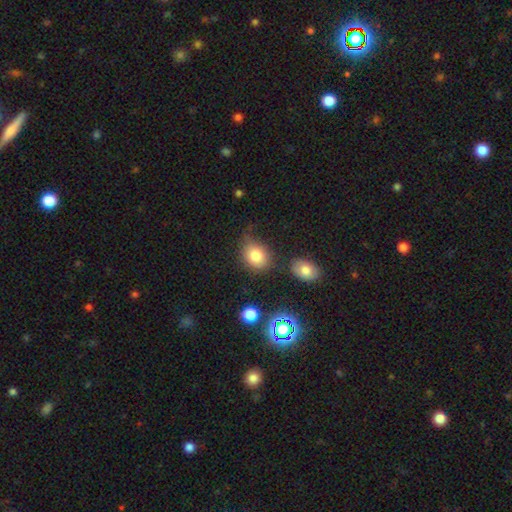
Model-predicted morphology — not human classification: type=smooth (82%); roundness=in between (54%); merging=none (63%).